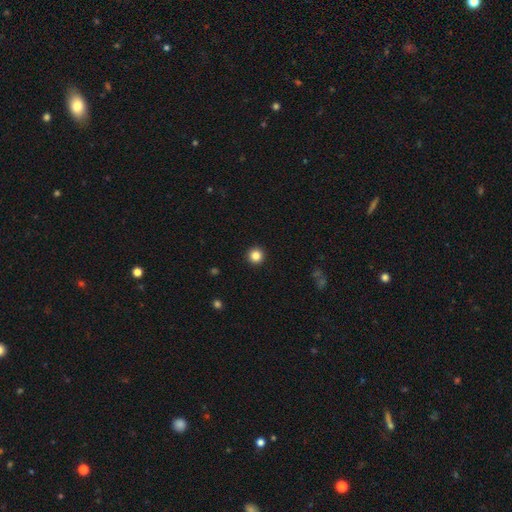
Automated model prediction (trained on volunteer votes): smooth_or_featured: smooth (p=0.85) [alt: star or artifact p=0.11]
how_rounded: round (p=0.96) [alt: in between p=0.03]
merging: none (p=0.94) [alt: minor disturbance p=0.04]